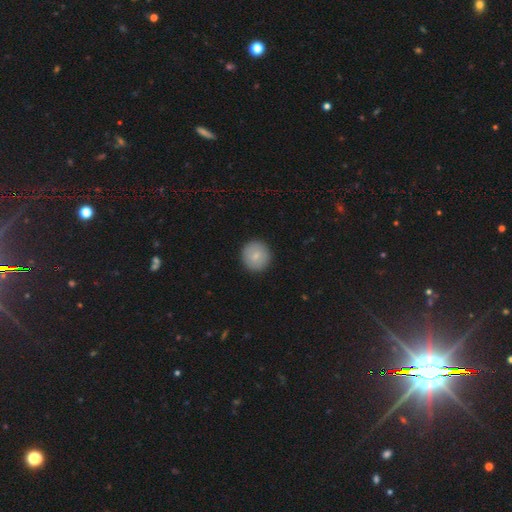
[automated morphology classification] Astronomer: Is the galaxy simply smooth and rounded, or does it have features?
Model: smooth — 81%.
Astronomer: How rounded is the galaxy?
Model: round — 94%.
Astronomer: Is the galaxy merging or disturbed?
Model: none — 92%.